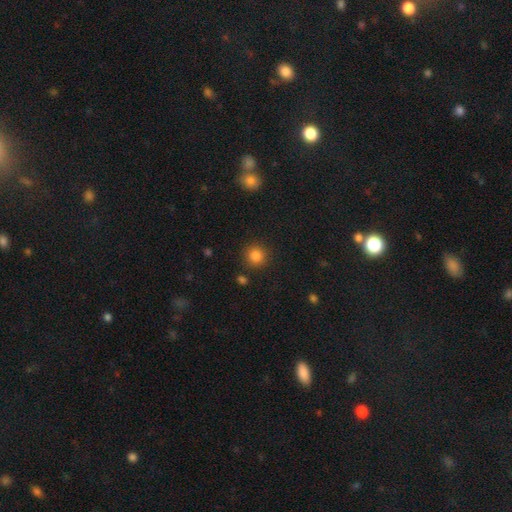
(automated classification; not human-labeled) Q: Smooth or featured?
A: smooth (84%); runner-up: star or artifact (11%)
Q: How rounded?
A: round (92%); runner-up: in between (7%)
Q: Merging?
A: none (88%); runner-up: minor disturbance (7%)